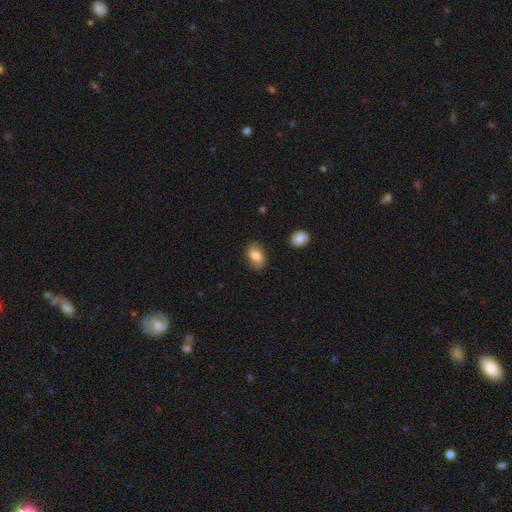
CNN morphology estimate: type=smooth (77%); roundness=in between (83%); merging=none (78%).